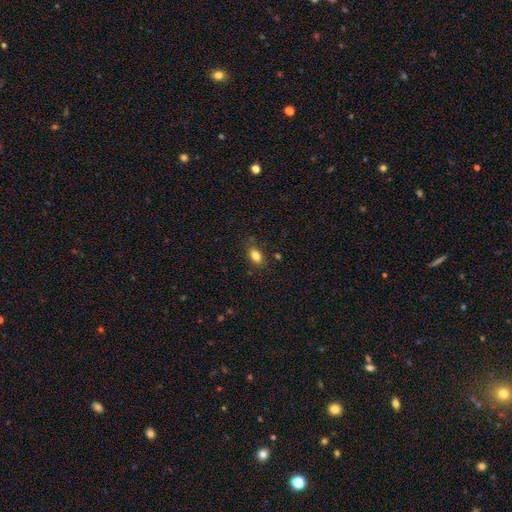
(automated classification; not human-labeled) A smooth galaxy with no disk features (82%) that is in between round and cigar-shaped (87%). Merging: none (80%).